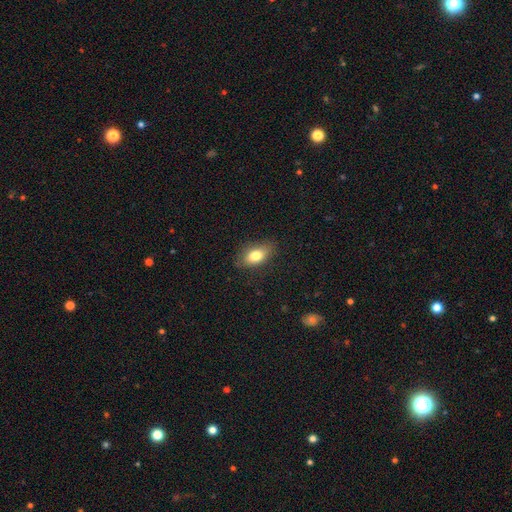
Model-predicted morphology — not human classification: A smooth galaxy with no disk features (78%) that is in between round and cigar-shaped (85%).

Vote fractions:
- Smooth or featured? smooth: 78% / featured or disk: 13% / star or artifact: 8%
- How rounded? in between: 85% / round: 9% / cigar-shaped: 6%
- Merging? none: 79% / minor disturbance: 16% / major disturbance: 4% / merger: 1%